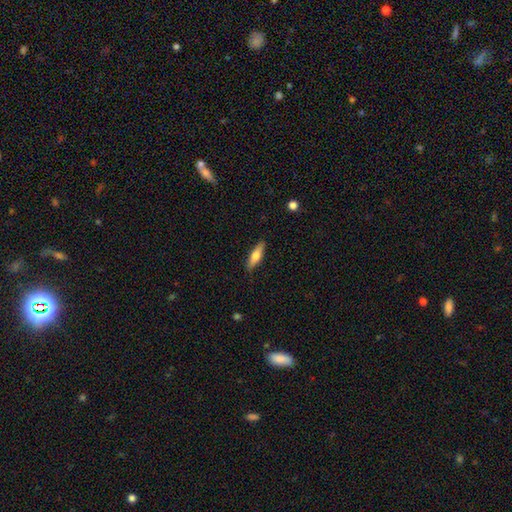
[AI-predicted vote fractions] smooth-or-featured: smooth: 63% | featured or disk: 31% | star or artifact: 6%
  how-rounded: cigar-shaped: 58% | in between: 40% | round: 2%
  merging: none: 87% | minor disturbance: 10% | major disturbance: 2% | merger: 1%